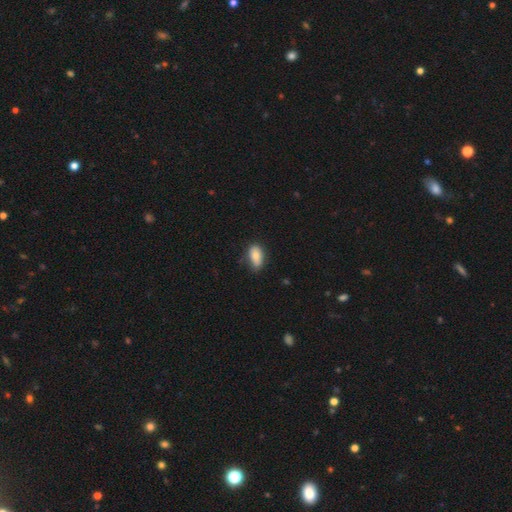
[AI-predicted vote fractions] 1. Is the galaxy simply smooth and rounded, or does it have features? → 80% smooth, 13% featured or disk, 8% star or artifact.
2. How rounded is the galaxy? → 89% in between, 5% round, 5% cigar-shaped.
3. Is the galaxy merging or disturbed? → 66% none, 27% minor disturbance, 5% major disturbance, 2% merger.